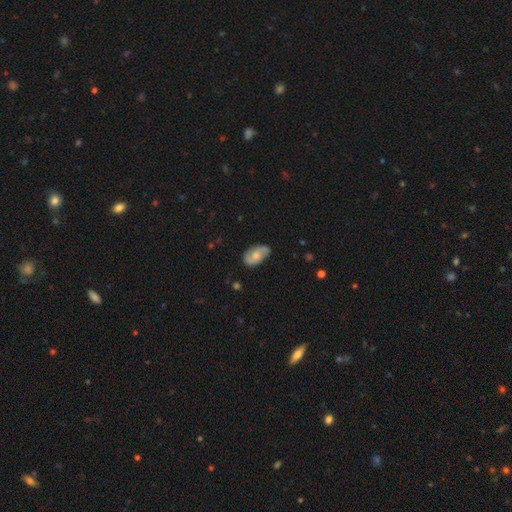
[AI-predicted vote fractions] Smooth or featured? Predicted: featured or disk (p=0.59). Edge-on disk? Predicted: no (p=0.96). Bar? Predicted: no (p=0.63). Spiral arms? Predicted: yes (p=0.89). Spiral winding? Predicted: medium (p=0.44). Spiral arm count? Predicted: 2 (p=0.82). Bulge size? Predicted: moderate (p=0.53). Merging? Predicted: none (p=0.70).